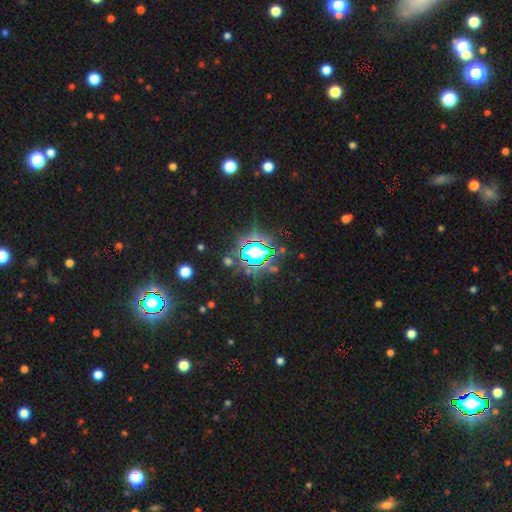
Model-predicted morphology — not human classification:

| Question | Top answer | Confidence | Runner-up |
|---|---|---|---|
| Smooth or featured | star or artifact | 67% | smooth (22%) |